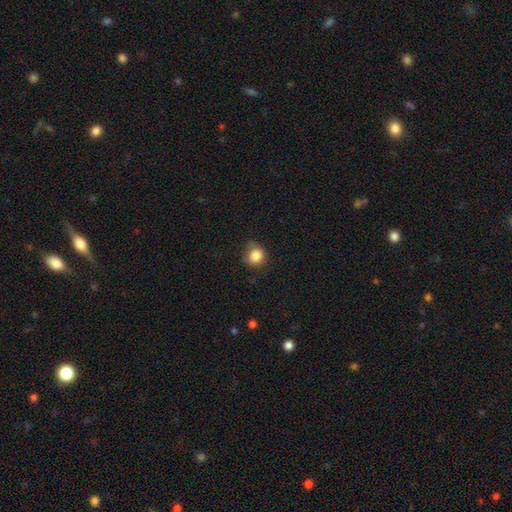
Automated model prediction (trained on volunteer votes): The model was most divided on "merging": none: 70%, minor disturbance: 24%, major disturbance: 5%, merger: 1%. More confident: smooth or featured — smooth (84%); how rounded — round (79%).